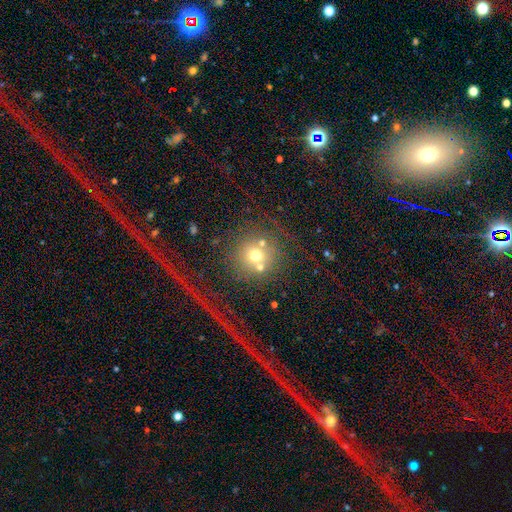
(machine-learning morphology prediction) A smooth galaxy with no disk features (57%) that is round (92%).

Vote fractions:
- Smooth or featured? smooth: 57% / featured or disk: 22% / star or artifact: 20%
- How rounded? round: 92% / in between: 7% / cigar-shaped: 1%
- Merging? none: 61% / merger: 16% / major disturbance: 12% / minor disturbance: 11%